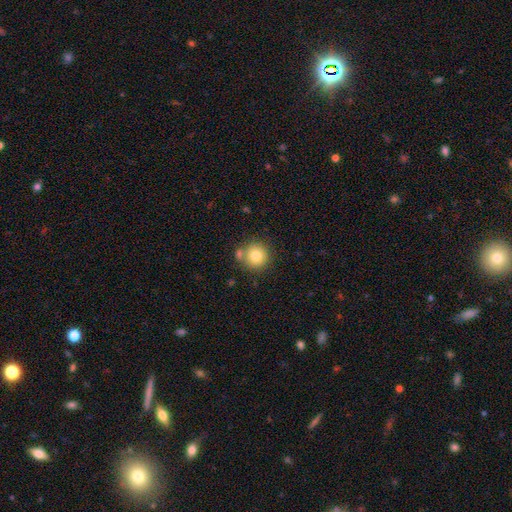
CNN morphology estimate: A smooth galaxy with no disk features (81%) that is round (93%).

Vote fractions:
- Smooth or featured? smooth: 81% / star or artifact: 10% / featured or disk: 9%
- How rounded? round: 93% / in between: 6% / cigar-shaped: 1%
- Merging? none: 71% / merger: 15% / minor disturbance: 11% / major disturbance: 3%